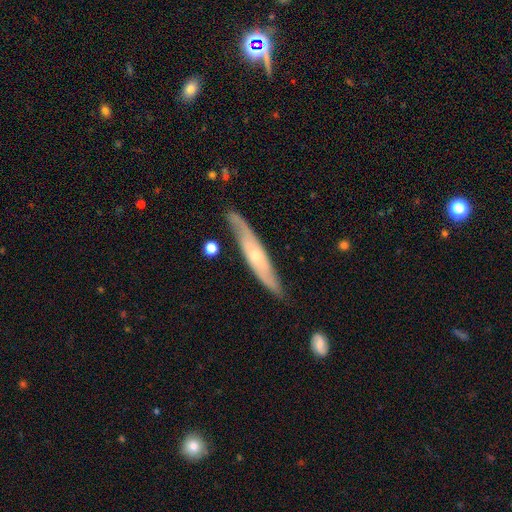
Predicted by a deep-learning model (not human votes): The model was most divided on "edge-on disk": yes: 55%, no: 45%. More confident: merging — none (79%); smooth or featured — featured or disk (69%).